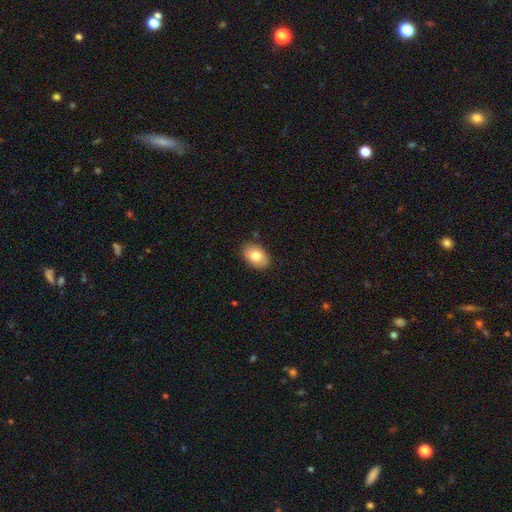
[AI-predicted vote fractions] Smooth or featured?
  - smooth: 79% *
  - featured or disk: 13%
  - star or artifact: 7%
How rounded?
  - in between: 84% *
  - round: 15%
  - cigar-shaped: 1%
Merging?
  - none: 84% *
  - minor disturbance: 12%
  - major disturbance: 2%
  - merger: 2%